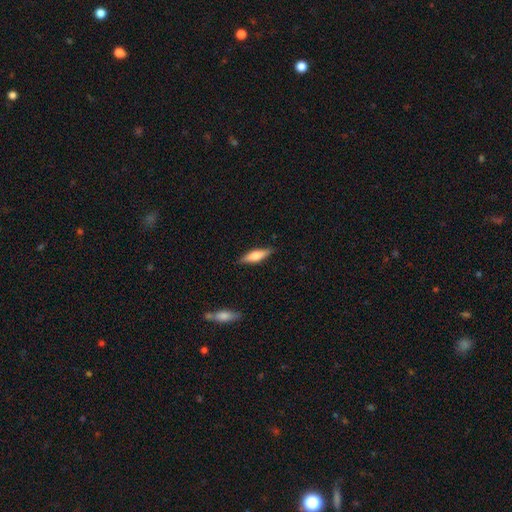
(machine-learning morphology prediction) Overall: smooth (60%; featured or disk 33%). How rounded: cigar-shaped (58%; in between 40%). Merging: none (85%).